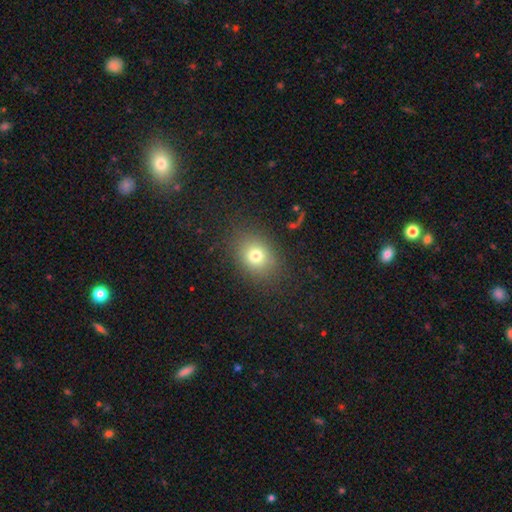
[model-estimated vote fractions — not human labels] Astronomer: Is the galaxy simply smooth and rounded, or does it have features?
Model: smooth — 75%.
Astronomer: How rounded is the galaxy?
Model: round — 50% (runner-up: in between, 49%).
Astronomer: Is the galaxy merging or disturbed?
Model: none — 84%.